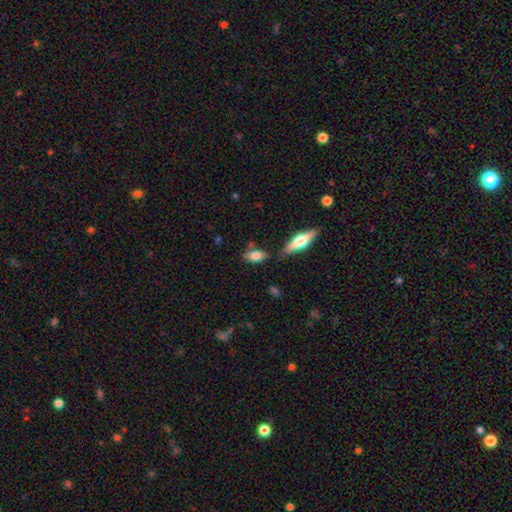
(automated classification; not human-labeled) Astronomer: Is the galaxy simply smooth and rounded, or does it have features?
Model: smooth — 78%.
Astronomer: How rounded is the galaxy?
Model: in between — 83%.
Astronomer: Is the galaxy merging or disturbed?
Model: none — 66%.